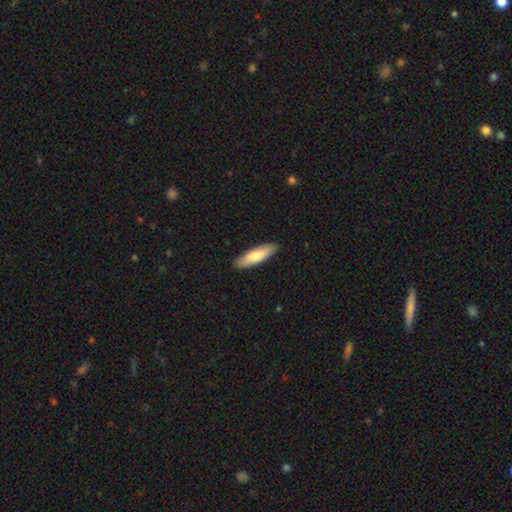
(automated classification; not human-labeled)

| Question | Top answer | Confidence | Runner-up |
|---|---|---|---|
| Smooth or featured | smooth | 77% | featured or disk (18%) |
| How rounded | cigar-shaped | 58% | in between (40%) |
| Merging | none | 90% | minor disturbance (8%) |